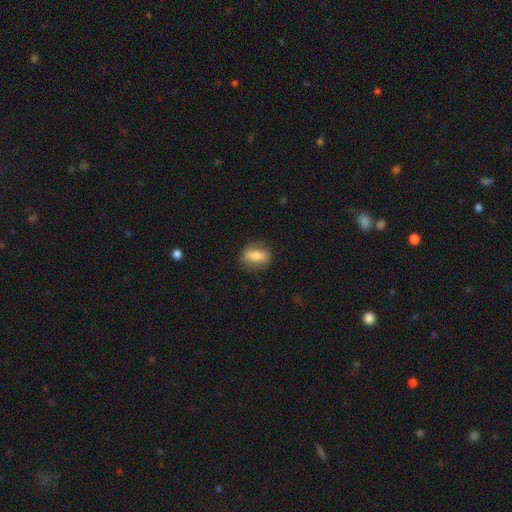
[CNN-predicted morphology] Overall: smooth (71%). How rounded: in between (75%). Merging: none (84%).